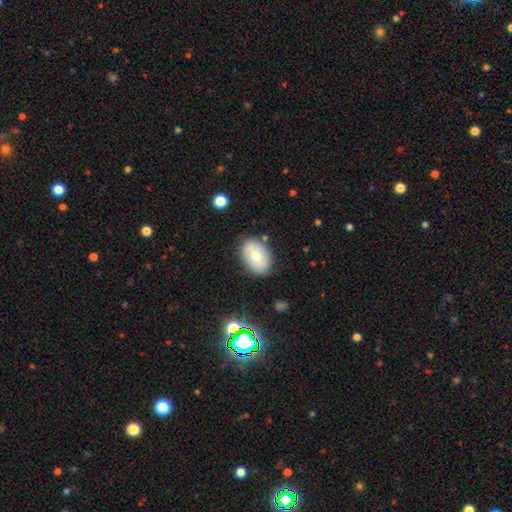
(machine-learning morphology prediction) This appears to be a smooth galaxy with no disk features (62%) that is in between round and cigar-shaped (80%). Merging: none (80%).